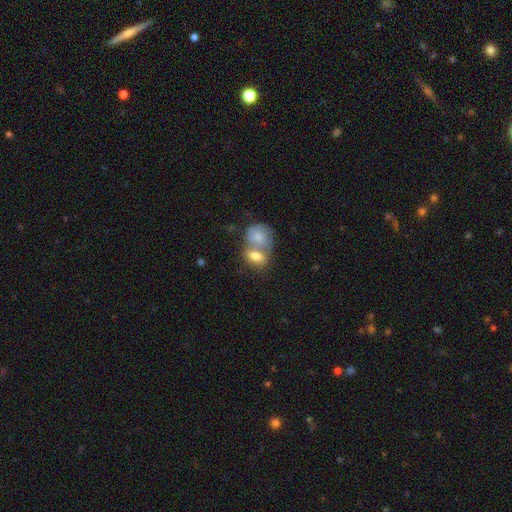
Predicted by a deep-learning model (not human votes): This appears to be a smooth galaxy with no disk features (76%) that is in between round and cigar-shaped (77%). Merging: merger (66%).